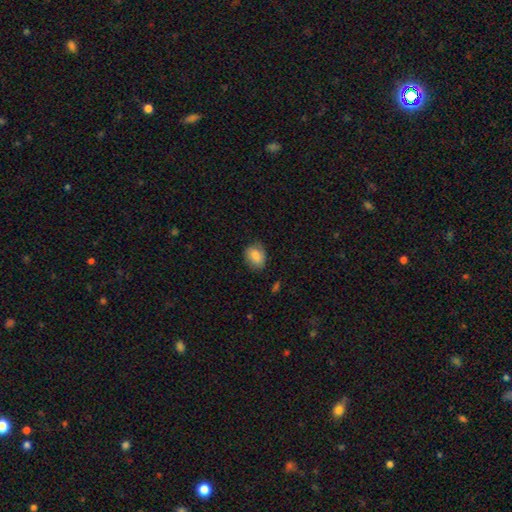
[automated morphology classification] This is clearly a smooth galaxy (82%). How rounded: likely in between (65%). Merging: likely none (74%).